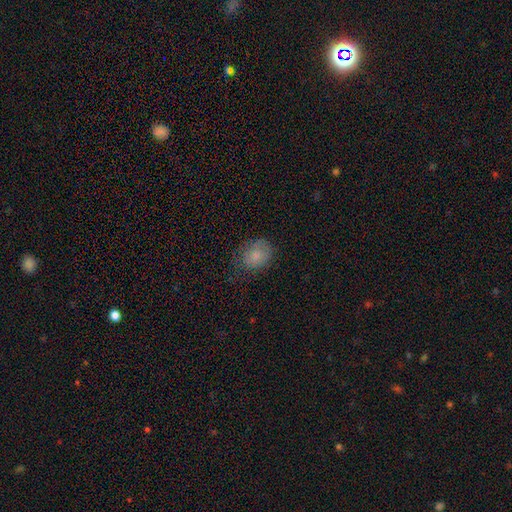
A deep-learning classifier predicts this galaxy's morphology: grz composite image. It shows a smooth galaxy with no disk features (79%) that is round (53%). Merging: none (63%).